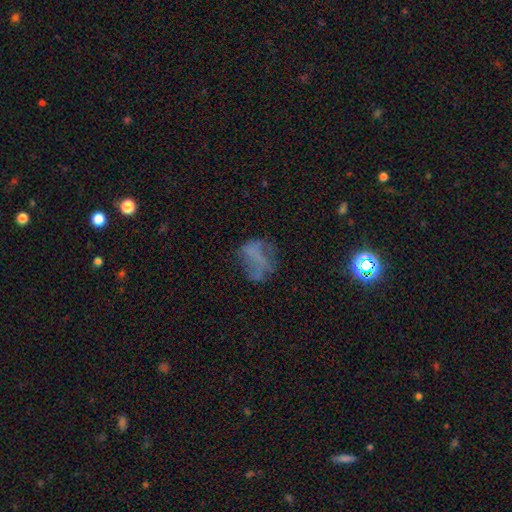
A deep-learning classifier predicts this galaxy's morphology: Smooth or featured?
  - featured or disk: 41% *
  - smooth: 38%
  - star or artifact: 21%
Merging?
  - none: 47% *
  - major disturbance: 28%
  - minor disturbance: 21%
  - merger: 4%